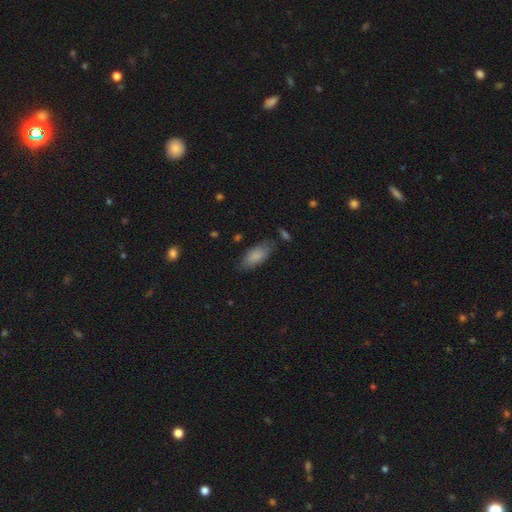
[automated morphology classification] Overall: smooth (83%). How rounded: in between (83%). Merging: none (74%).